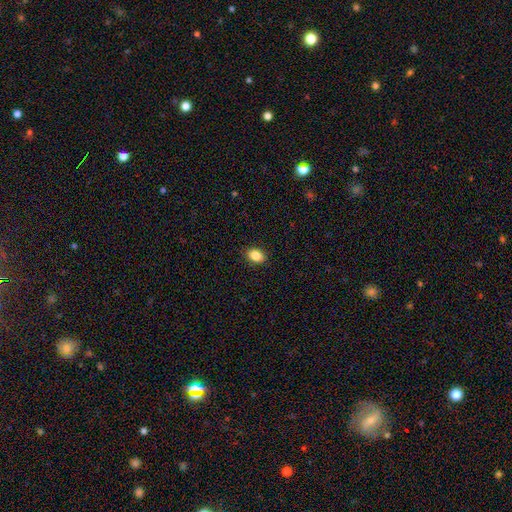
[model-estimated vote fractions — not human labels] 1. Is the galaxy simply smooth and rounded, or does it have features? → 87% smooth, 9% star or artifact, 5% featured or disk.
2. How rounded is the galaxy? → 77% in between, 22% round, 1% cigar-shaped.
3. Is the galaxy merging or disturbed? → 89% none, 8% minor disturbance, 2% major disturbance, 1% merger.